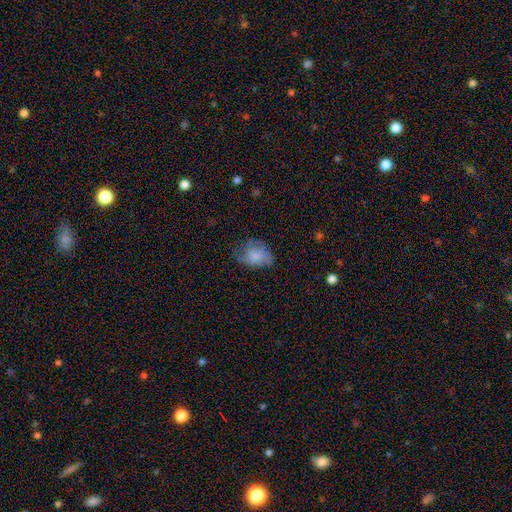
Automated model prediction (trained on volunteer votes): smooth 76%, featured or disk 16%, star or artifact 8%. Down the decision tree: how rounded — in between (71%); merging — none (50%).